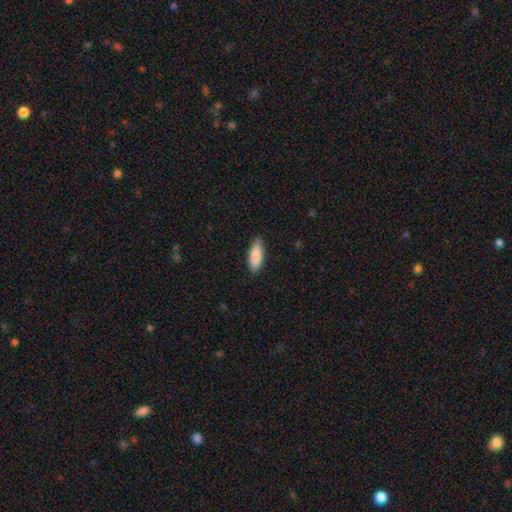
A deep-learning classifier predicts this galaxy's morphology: The model was most divided on "how rounded": in between: 68%, cigar-shaped: 30%, round: 2%. More confident: smooth or featured — smooth (87%); merging — none (85%).